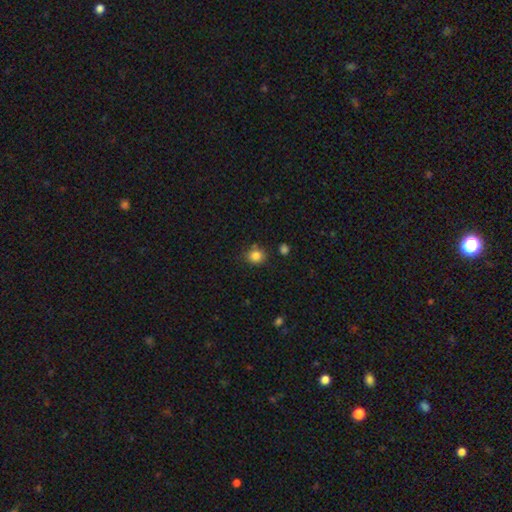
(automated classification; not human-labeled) A smooth galaxy with no disk features (84%) that is round (78%). Merging: none (77%).